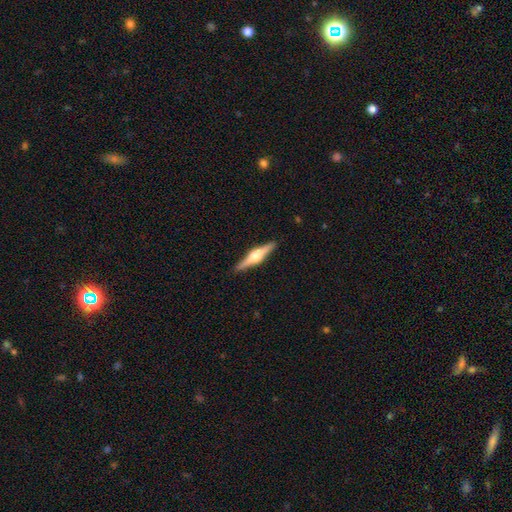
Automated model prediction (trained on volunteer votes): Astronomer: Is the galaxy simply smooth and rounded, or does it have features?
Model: featured or disk — 74%.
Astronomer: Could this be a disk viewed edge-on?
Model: yes — 98%.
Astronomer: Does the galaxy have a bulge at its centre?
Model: rounded — 91%.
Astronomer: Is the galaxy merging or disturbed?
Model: none — 91%.